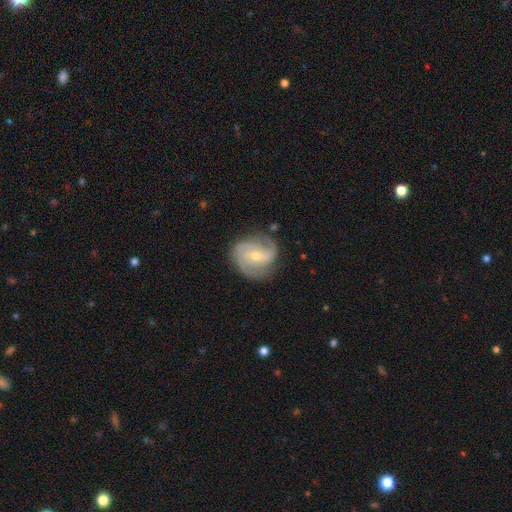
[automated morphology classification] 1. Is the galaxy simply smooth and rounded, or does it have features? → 83% featured or disk, 11% smooth, 6% star or artifact.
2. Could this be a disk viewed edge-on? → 97% no, 3% yes.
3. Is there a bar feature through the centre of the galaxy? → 45% weak, 35% no, 20% strong.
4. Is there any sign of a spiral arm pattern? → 95% yes, 5% no.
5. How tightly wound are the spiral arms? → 44% medium, 38% tight, 18% loose.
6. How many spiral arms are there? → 43% 2, 30% 3, 14% can't tell, 5% 4, 4% 1, 3% more than 4.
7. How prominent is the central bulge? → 51% small, 46% moderate, 1% large, 1% none, 1% dominant.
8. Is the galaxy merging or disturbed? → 73% none, 19% minor disturbance, 7% major disturbance, 2% merger.